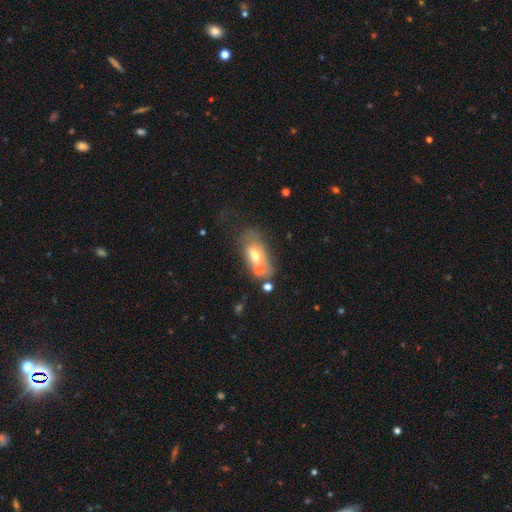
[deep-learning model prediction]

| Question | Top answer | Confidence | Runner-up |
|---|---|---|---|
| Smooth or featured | smooth | 55% | featured or disk (35%) |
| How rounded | in between | 83% | round (10%) |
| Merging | merger | 34% | none (31%) |